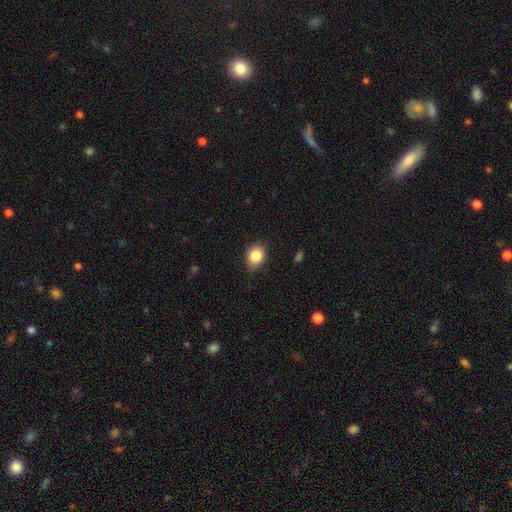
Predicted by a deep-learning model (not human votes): smooth_or_featured: smooth (p=0.85) [alt: star or artifact p=0.09]
how_rounded: round (p=0.50) [alt: in between p=0.49]
merging: none (p=0.80) [alt: minor disturbance p=0.16]